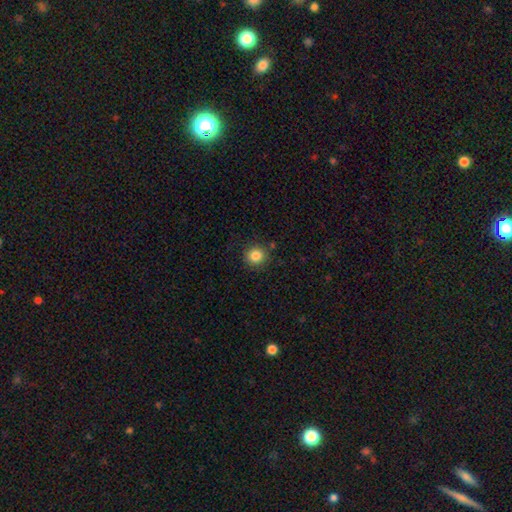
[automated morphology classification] Overall: smooth (85%). How rounded: round (91%). Merging: none (86%).